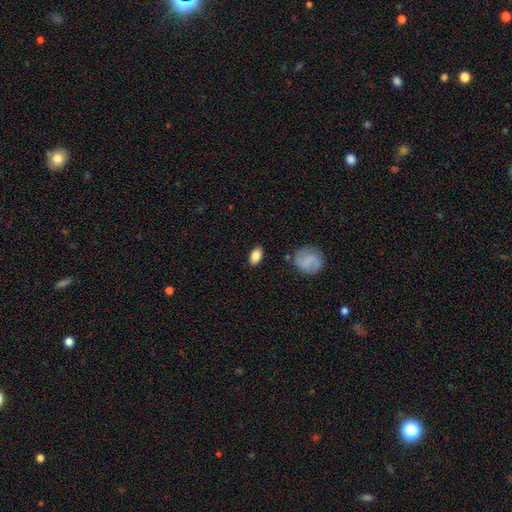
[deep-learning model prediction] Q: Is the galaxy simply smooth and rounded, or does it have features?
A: smooth — 82%.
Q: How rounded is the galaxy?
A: in between — 90%.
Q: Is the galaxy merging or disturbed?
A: none — 83%.